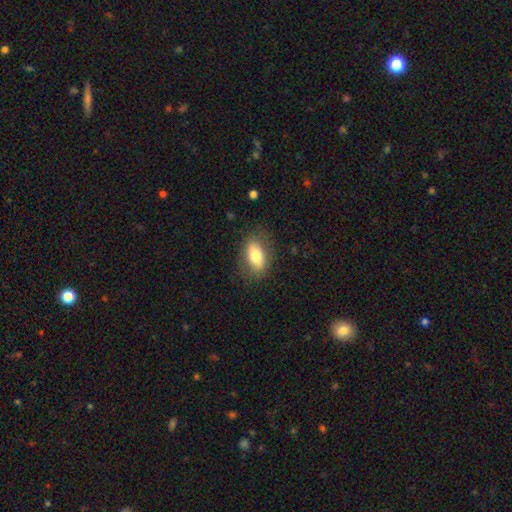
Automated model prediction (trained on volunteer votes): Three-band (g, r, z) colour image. It shows a smooth galaxy with no disk features (75%) that is in between round and cigar-shaped (87%). Merging: none (80%).